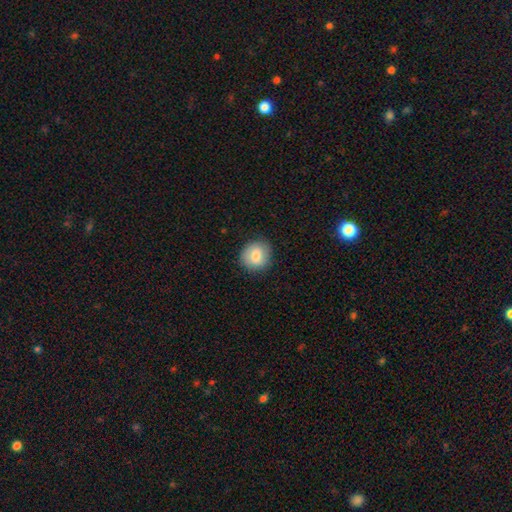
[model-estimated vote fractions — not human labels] Morphology: type=smooth (79%); roundness=round (84%); merging=none (86%).